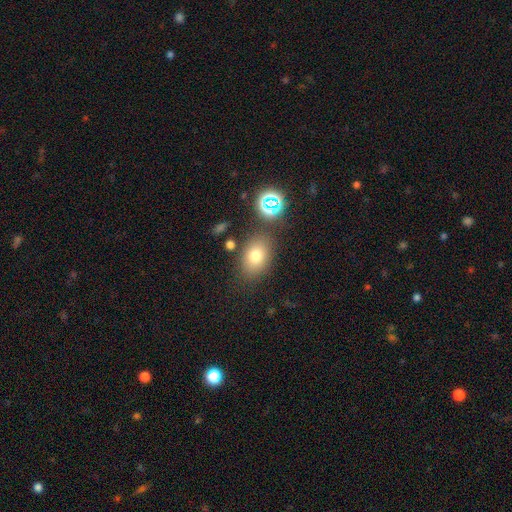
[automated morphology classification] This appears to be a smooth galaxy with no disk features (76%) that is in between round and cigar-shaped (72%). Merging: none (78%).